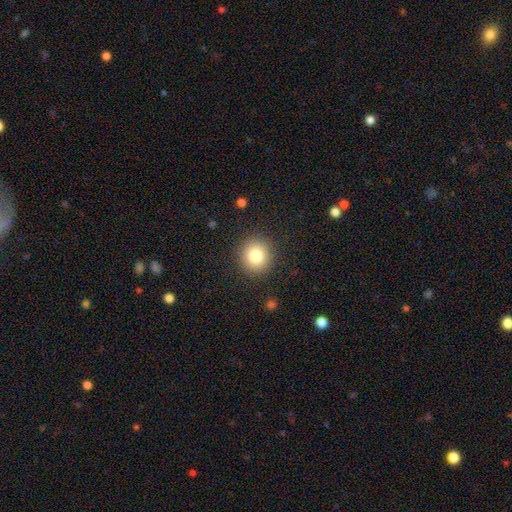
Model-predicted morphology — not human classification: smooth_or_featured: smooth (p=0.82) [alt: star or artifact p=0.11]
how_rounded: round (p=0.90) [alt: in between p=0.10]
merging: none (p=0.90) [alt: minor disturbance p=0.07]